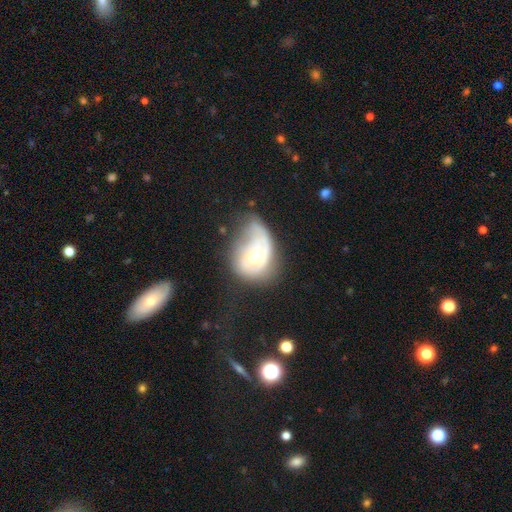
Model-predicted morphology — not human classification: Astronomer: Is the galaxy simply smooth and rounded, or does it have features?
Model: featured or disk — 54% (runner-up: smooth, 38%).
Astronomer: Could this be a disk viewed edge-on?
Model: no — 96%.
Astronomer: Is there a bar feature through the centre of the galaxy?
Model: no — 72%.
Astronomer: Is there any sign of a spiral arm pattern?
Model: no — 57% (runner-up: yes, 43%).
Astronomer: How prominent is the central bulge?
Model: moderate — 63%.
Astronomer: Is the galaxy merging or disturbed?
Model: major disturbance — 41% (runner-up: minor disturbance, 24%).